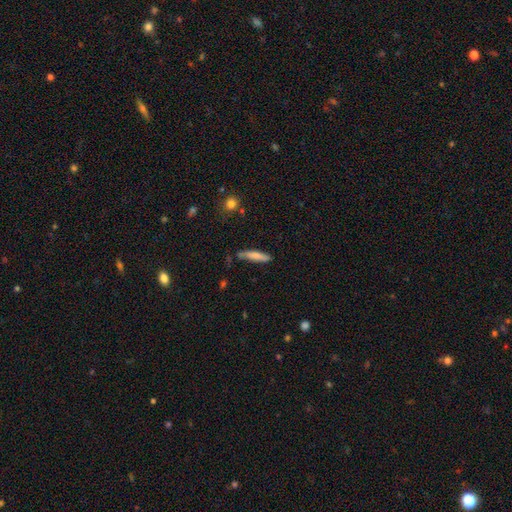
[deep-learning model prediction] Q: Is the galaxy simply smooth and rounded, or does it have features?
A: smooth — 75%.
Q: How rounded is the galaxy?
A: cigar-shaped — 84%.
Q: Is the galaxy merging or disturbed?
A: none — 71%.